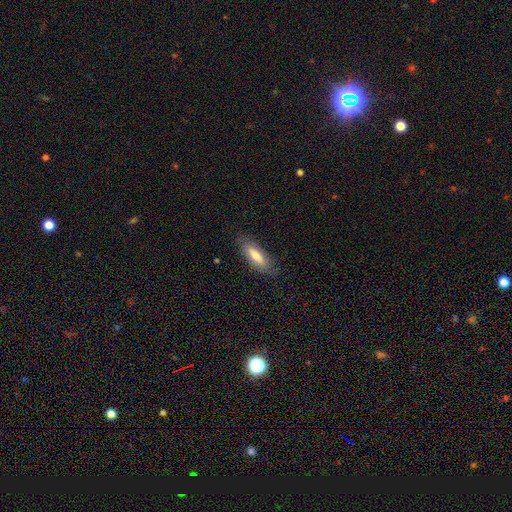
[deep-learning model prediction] Smooth or featured: smooth — 69% (featured or disk — 24%)
How rounded: in between — 52% (cigar-shaped — 46%)
Merging: none — 80% (minor disturbance — 15%)